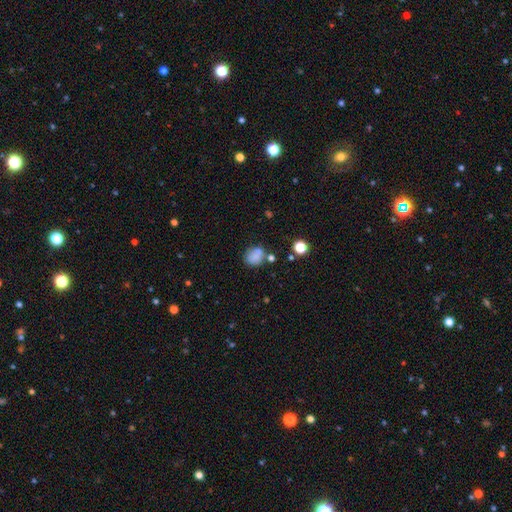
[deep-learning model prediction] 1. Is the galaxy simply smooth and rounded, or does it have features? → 79% smooth, 12% star or artifact, 10% featured or disk.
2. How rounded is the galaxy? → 67% round, 32% in between, 1% cigar-shaped.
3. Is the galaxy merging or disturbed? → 61% none, 17% minor disturbance, 16% merger, 6% major disturbance.